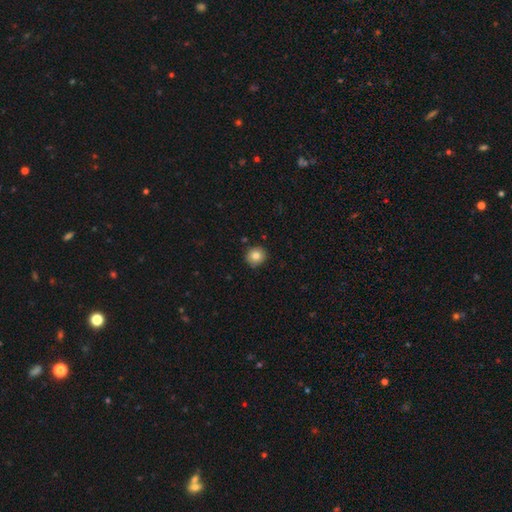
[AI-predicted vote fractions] A smooth galaxy with no disk features (83%) that is round (88%). Merging: none (87%).